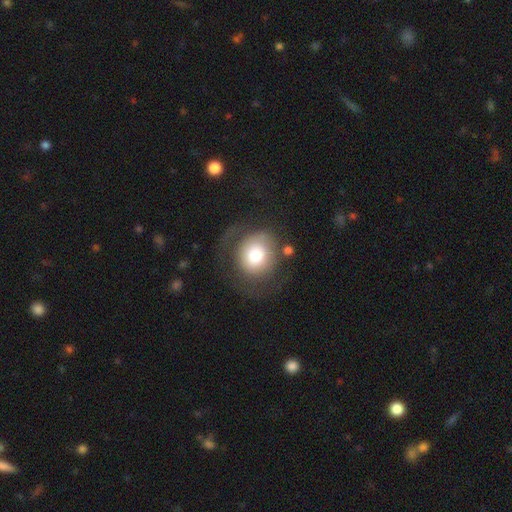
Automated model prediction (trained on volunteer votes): The model was most divided on "merging": none: 53%, major disturbance: 25%, minor disturbance: 18%, merger: 4%. More confident: how rounded — round (86%); smooth or featured — smooth (61%).